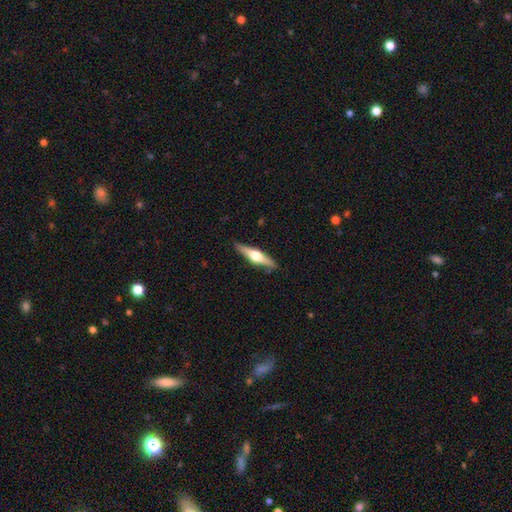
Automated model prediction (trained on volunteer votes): Smooth or featured? featured or disk (71%)
Edge-on disk? yes (97%)
Edge-on bulge? rounded (94%)
Merging? none (89%)